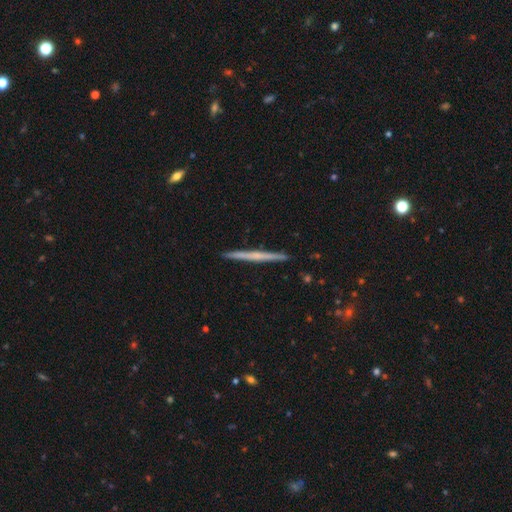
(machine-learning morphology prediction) Overall: featured or disk (58%; smooth 37%). Edge-on disk: yes (98%). Edge-on bulge: none (75%). Merging: none (93%).